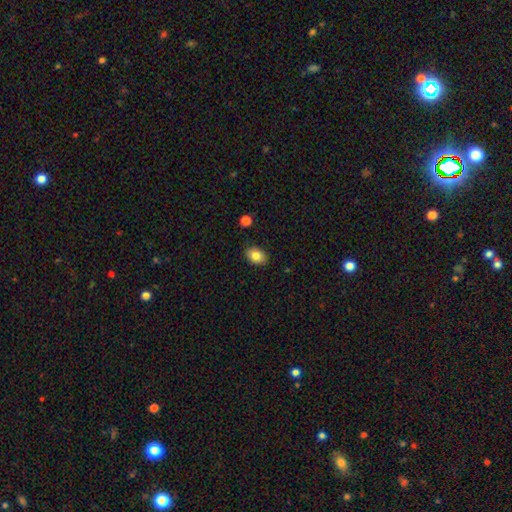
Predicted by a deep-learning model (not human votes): Q: Smooth or featured?
A: smooth (83%); runner-up: star or artifact (8%)
Q: How rounded?
A: in between (80%); runner-up: round (19%)
Q: Merging?
A: none (85%); runner-up: minor disturbance (11%)